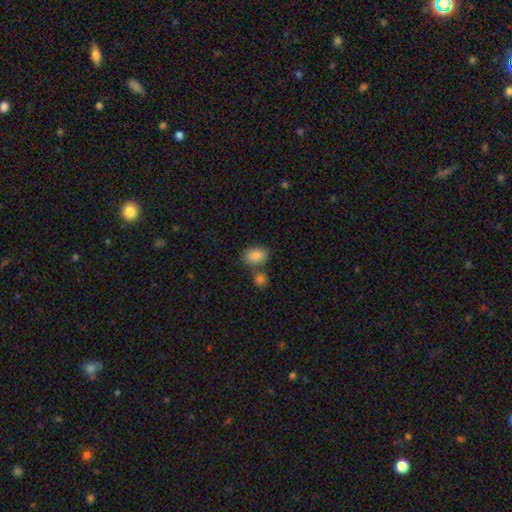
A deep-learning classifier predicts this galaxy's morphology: Smooth or featured: smooth — 85% (star or artifact — 8%)
How rounded: in between — 80% (round — 19%)
Merging: none — 56% (merger — 26%)